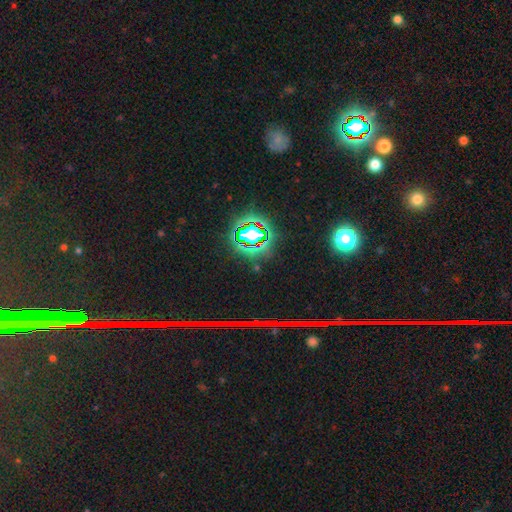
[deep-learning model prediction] Smooth or featured: star or artifact — 82% (smooth — 11%)